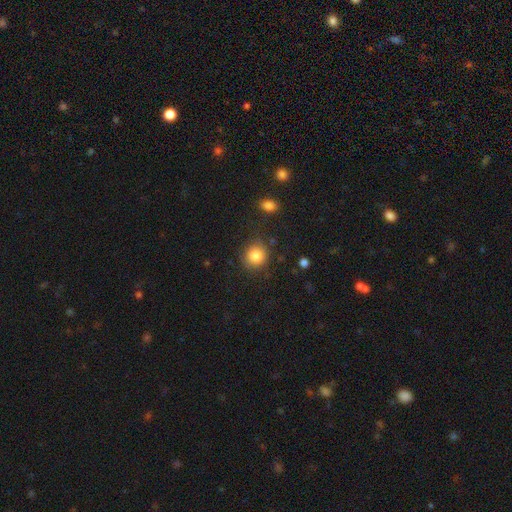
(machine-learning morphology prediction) Smooth or featured: smooth — 84% (star or artifact — 10%)
How rounded: round — 86% (in between — 13%)
Merging: none — 80% (minor disturbance — 13%)